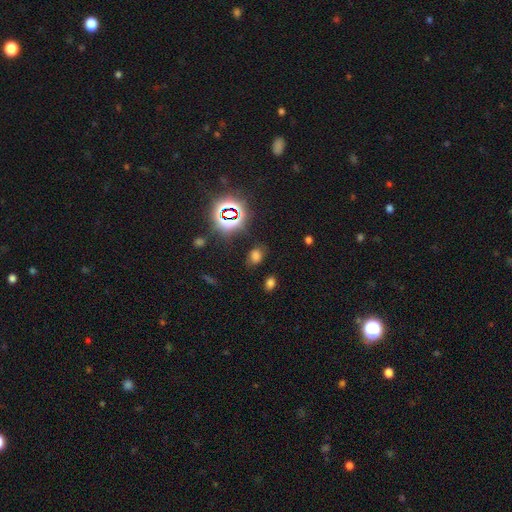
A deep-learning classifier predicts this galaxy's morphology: Q: Smooth or featured?
A: smooth (60%); runner-up: star or artifact (33%)
Q: How rounded?
A: in between (70%); runner-up: round (29%)
Q: Merging?
A: none (75%); runner-up: minor disturbance (16%)